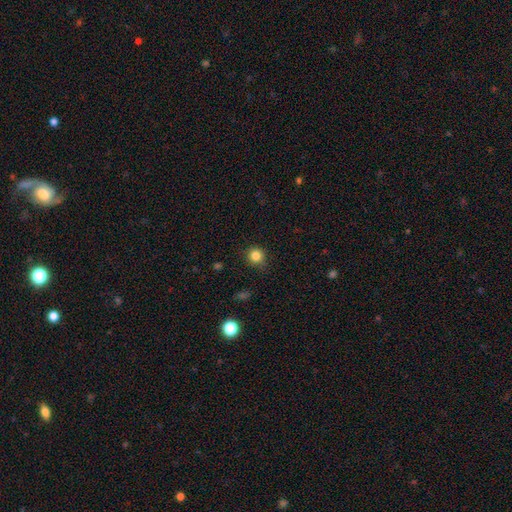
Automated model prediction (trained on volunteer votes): Smooth or featured? smooth (83%)
How rounded? round (89%)
Merging? none (85%)